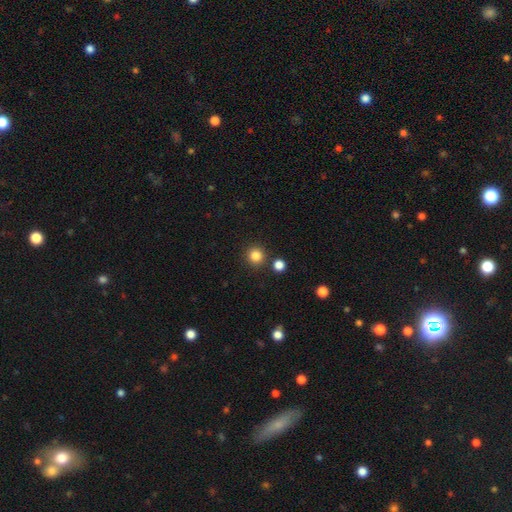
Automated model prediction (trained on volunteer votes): Overall: smooth (84%). How rounded: round (94%). Merging: none (87%).